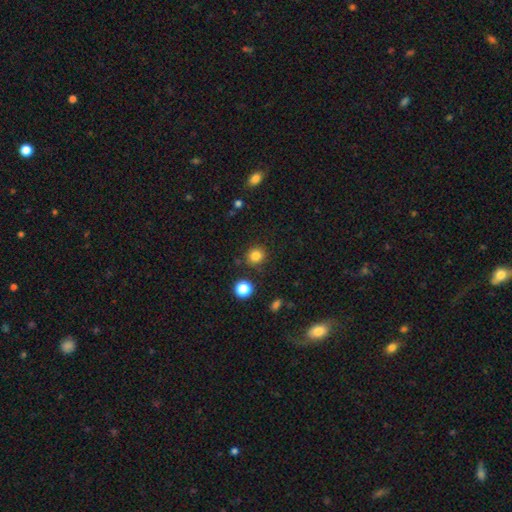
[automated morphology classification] smooth_or_featured: smooth (p=0.83) [alt: star or artifact p=0.13]
how_rounded: round (p=0.90) [alt: in between p=0.09]
merging: none (p=0.86) [alt: minor disturbance p=0.08]